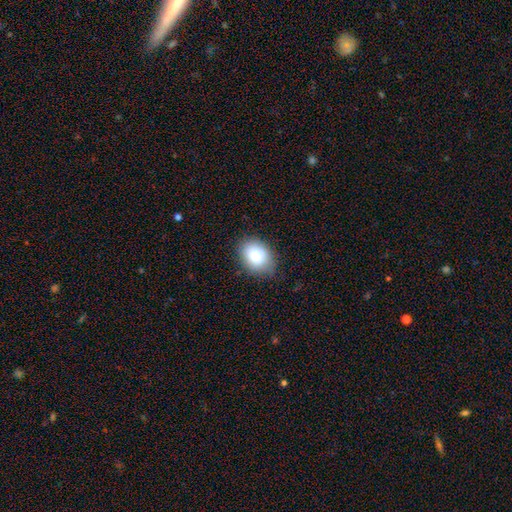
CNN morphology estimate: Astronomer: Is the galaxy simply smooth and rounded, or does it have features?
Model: smooth — 82%.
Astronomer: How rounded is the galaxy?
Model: in between — 68%.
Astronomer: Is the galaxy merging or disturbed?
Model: none — 80%.